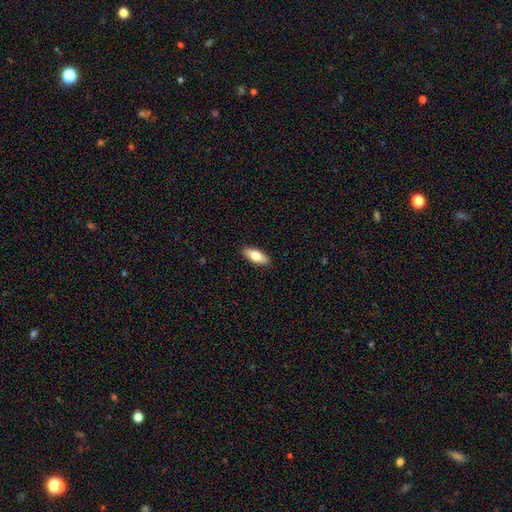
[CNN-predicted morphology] Smooth or featured? Predicted: smooth (p=0.71). How rounded? Predicted: in between (p=0.77). Merging? Predicted: none (p=0.90).